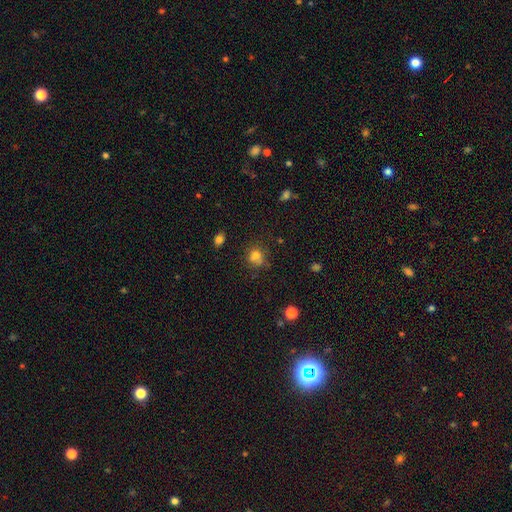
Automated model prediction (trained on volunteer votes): Overall: smooth (71%). How rounded: round (71%). Merging: none (51%; merger 20%).